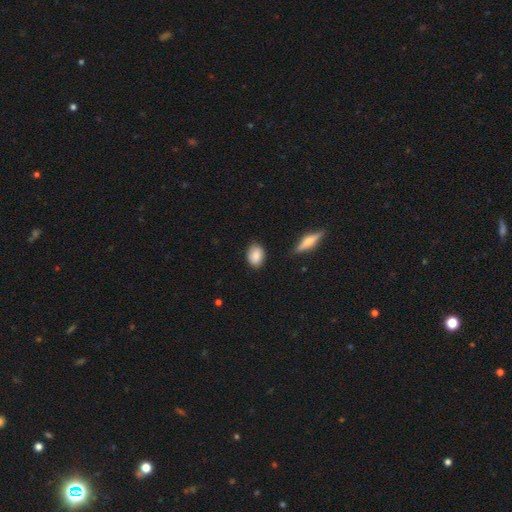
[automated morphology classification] Q: Smooth or featured?
A: smooth (84%); runner-up: featured or disk (9%)
Q: How rounded?
A: in between (78%); runner-up: round (20%)
Q: Merging?
A: none (83%); runner-up: minor disturbance (13%)